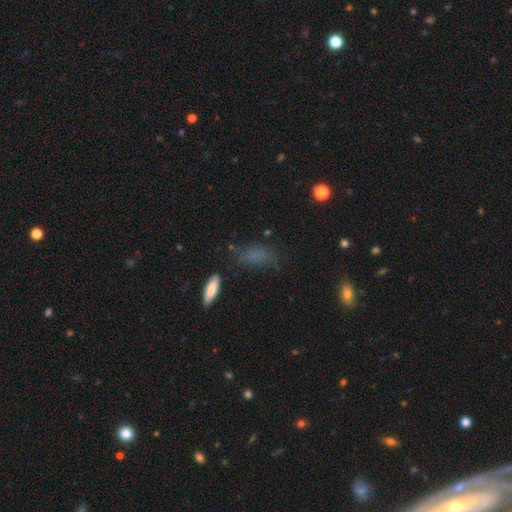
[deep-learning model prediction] Morphology: type=smooth (67%); roundness=in between (68%); merging=none (58%).